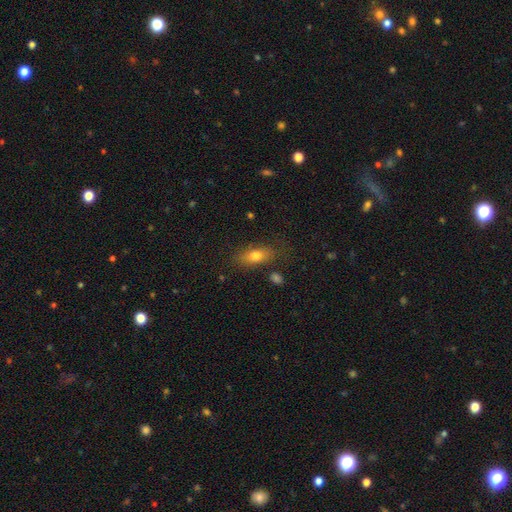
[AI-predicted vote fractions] A smooth galaxy with no disk features (75%) that is in between round and cigar-shaped (79%).

Vote fractions:
- Smooth or featured? smooth: 75% / featured or disk: 15% / star or artifact: 9%
- How rounded? in between: 79% / cigar-shaped: 13% / round: 8%
- Merging? none: 73% / minor disturbance: 17% / major disturbance: 6% / merger: 4%